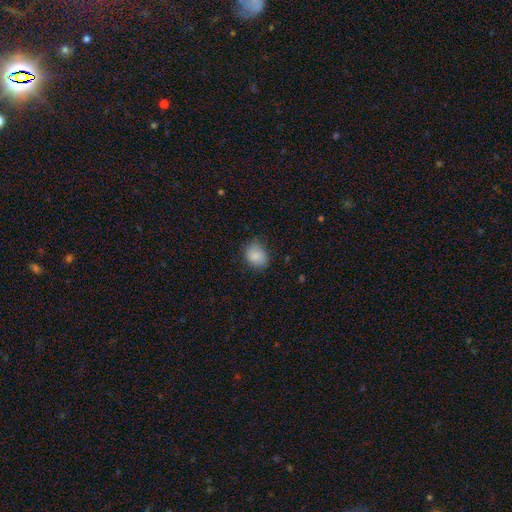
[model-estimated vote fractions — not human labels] Smooth or featured?
  - smooth: 82% *
  - featured or disk: 10%
  - star or artifact: 8%
How rounded?
  - round: 53% *
  - in between: 46%
  - cigar-shaped: 1%
Merging?
  - none: 76% *
  - minor disturbance: 19%
  - major disturbance: 4%
  - merger: 1%